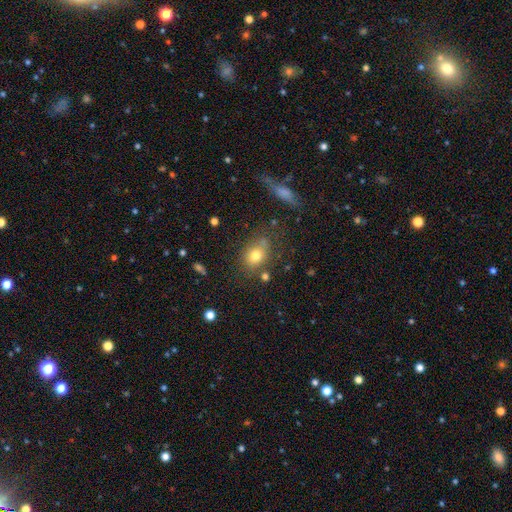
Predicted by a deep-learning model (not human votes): Morphology: type=smooth (76%); roundness=in between (56%); merging=none (66%).